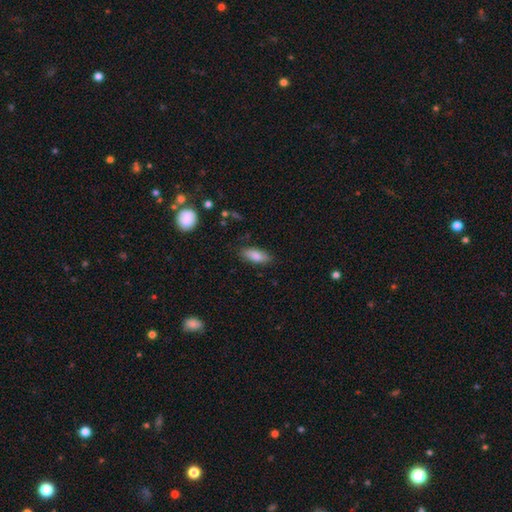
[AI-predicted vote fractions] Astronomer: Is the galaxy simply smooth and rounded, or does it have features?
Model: smooth — 83%.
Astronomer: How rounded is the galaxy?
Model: in between — 79%.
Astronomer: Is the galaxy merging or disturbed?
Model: none — 83%.